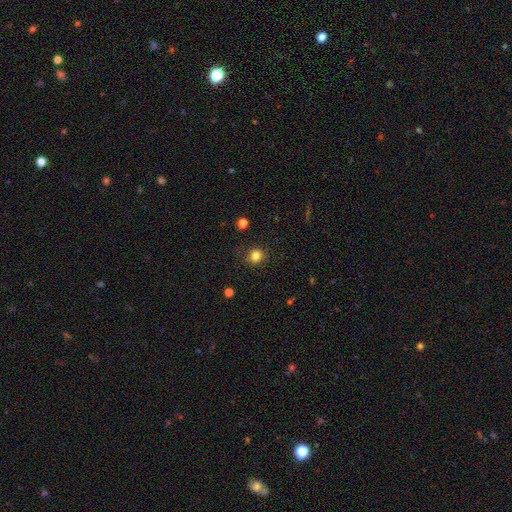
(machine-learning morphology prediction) This is clearly a smooth galaxy (81%). How rounded: clearly round (85%). Merging: clearly none (84%).